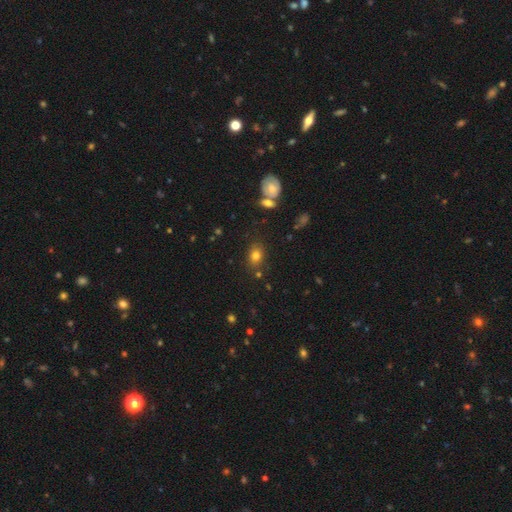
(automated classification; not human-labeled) This appears to be a smooth galaxy with no disk features (77%) that is in between round and cigar-shaped (65%). Merging: none (79%).